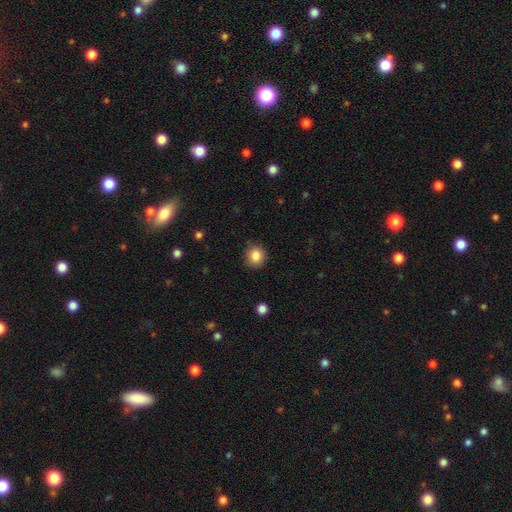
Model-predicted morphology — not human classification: This is clearly a smooth galaxy (86%). How rounded: clearly round (87%). Merging: clearly none (87%).